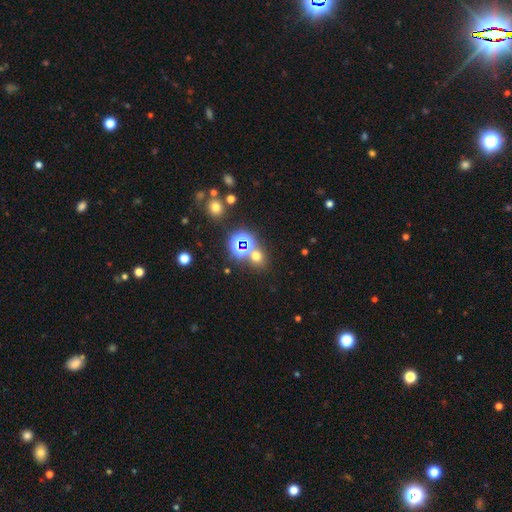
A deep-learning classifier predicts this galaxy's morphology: This is possibly a smooth galaxy (51%). How rounded: likely round (78%). Merging: likely none (71%).